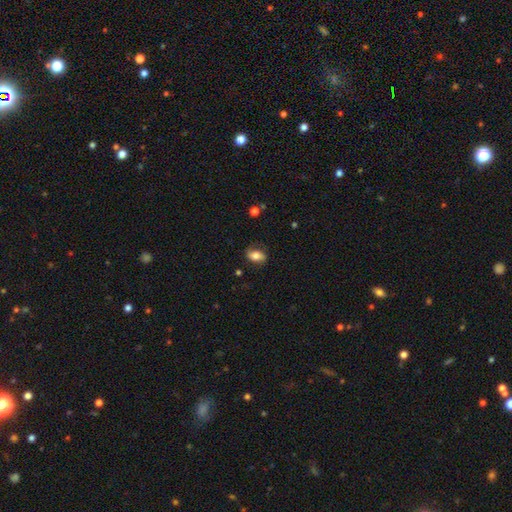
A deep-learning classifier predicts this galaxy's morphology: smooth_or_featured: smooth (p=0.66) [alt: featured or disk p=0.26]
how_rounded: in between (p=0.85) [alt: round p=0.11]
merging: none (p=0.72) [alt: minor disturbance p=0.20]